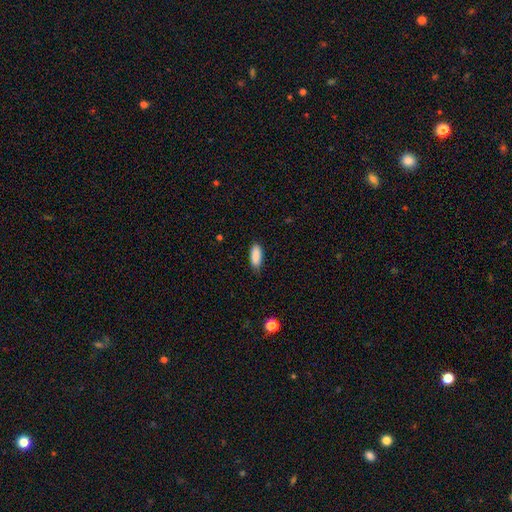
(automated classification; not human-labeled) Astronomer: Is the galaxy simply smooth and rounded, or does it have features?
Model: smooth — 89%.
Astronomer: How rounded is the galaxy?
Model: in between — 79%.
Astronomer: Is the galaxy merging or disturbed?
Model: none — 79%.